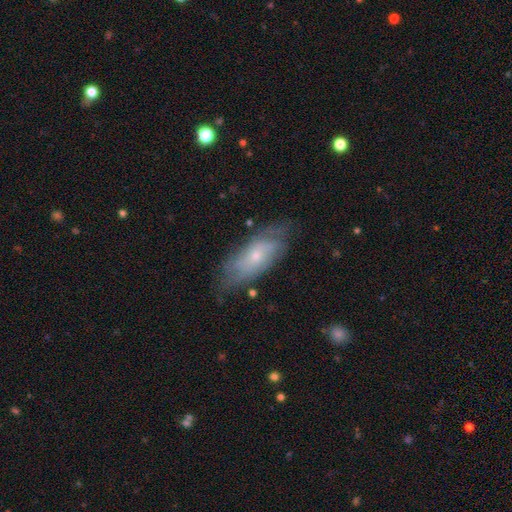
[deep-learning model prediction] The model was most divided on "smooth or featured": featured or disk: 56%, smooth: 37%, star or artifact: 7%. More confident: edge-on disk — no (84%); merging — none (67%).